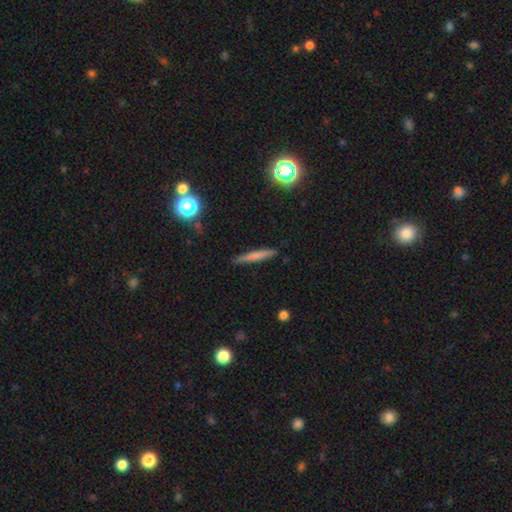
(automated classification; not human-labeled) Smooth or featured? Predicted: smooth (p=0.65). How rounded? Predicted: cigar-shaped (p=0.93). Merging? Predicted: none (p=0.88).